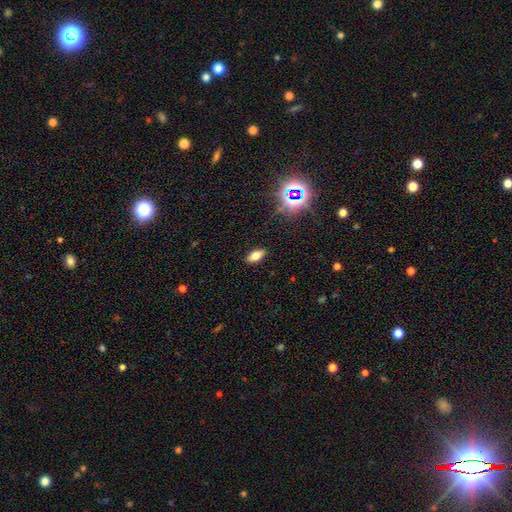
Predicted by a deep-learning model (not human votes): Smooth or featured?
  - smooth: 68% *
  - featured or disk: 17%
  - star or artifact: 15%
How rounded?
  - in between: 85% *
  - cigar-shaped: 11%
  - round: 4%
Merging?
  - none: 89% *
  - minor disturbance: 8%
  - major disturbance: 2%
  - merger: 1%